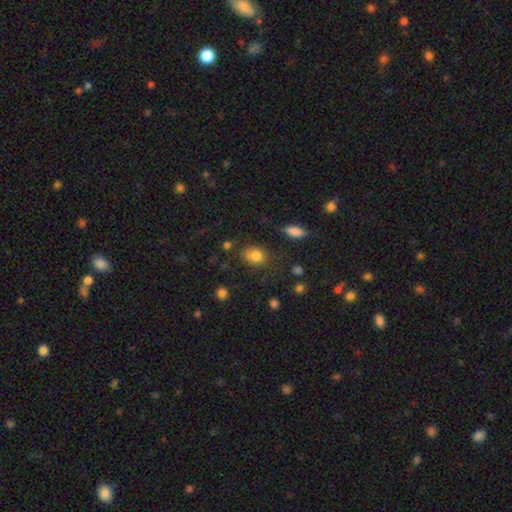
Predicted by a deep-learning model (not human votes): This appears to be a smooth galaxy with no disk features (81%) that is in between round and cigar-shaped (64%). Merging: none (63%).